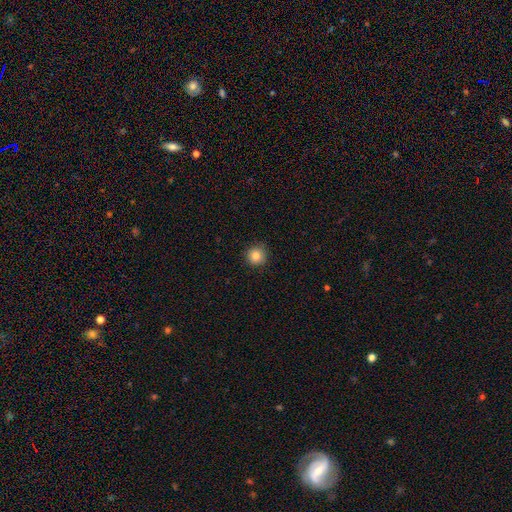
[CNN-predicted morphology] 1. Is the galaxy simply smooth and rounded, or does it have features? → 84% smooth, 10% star or artifact, 5% featured or disk.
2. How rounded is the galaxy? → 95% round, 4% in between, 1% cigar-shaped.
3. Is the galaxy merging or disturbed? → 90% none, 7% minor disturbance, 2% major disturbance, 1% merger.